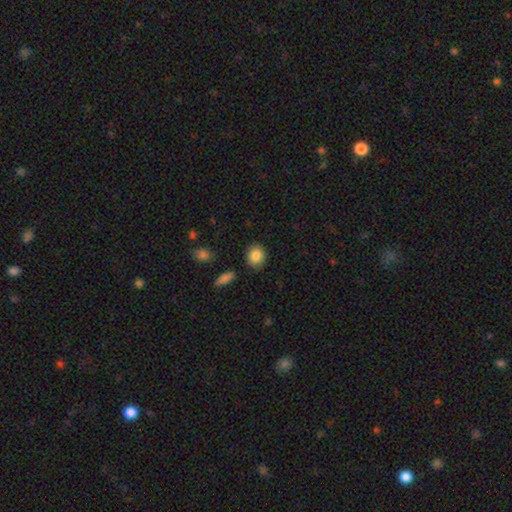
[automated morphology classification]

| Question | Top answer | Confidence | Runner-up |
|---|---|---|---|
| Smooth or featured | smooth | 86% | star or artifact (8%) |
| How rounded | round | 69% | in between (30%) |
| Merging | none | 88% | minor disturbance (8%) |